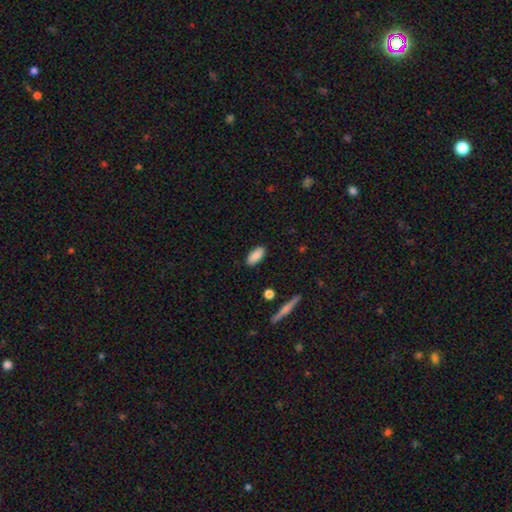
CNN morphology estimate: Smooth or featured?
  - smooth: 87% *
  - star or artifact: 7%
  - featured or disk: 6%
How rounded?
  - in between: 89% *
  - cigar-shaped: 8%
  - round: 2%
Merging?
  - none: 88% *
  - minor disturbance: 9%
  - major disturbance: 2%
  - merger: 1%